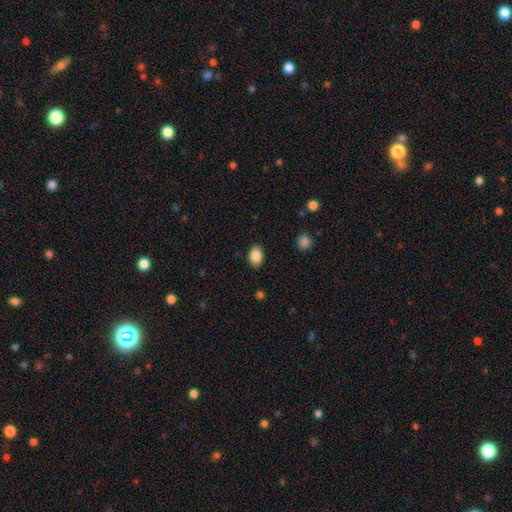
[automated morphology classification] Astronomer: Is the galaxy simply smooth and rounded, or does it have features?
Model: smooth — 89%.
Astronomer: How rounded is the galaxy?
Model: in between — 82%.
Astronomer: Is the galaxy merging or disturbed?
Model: none — 87%.